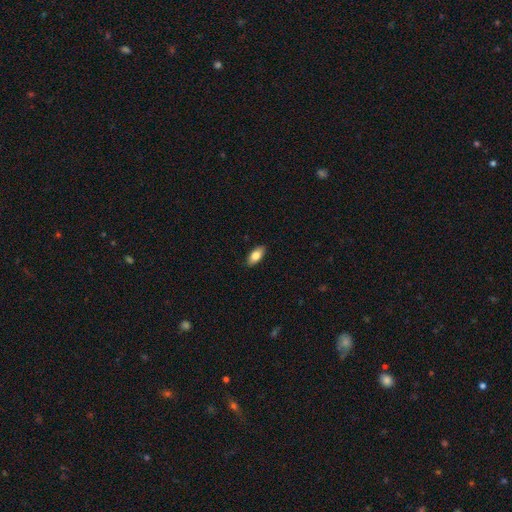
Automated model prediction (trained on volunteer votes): A smooth galaxy with no disk features (80%) that is in between round and cigar-shaped (89%).

Vote fractions:
- Smooth or featured? smooth: 80% / featured or disk: 14% / star or artifact: 6%
- How rounded? in between: 89% / cigar-shaped: 8% / round: 3%
- Merging? none: 89% / minor disturbance: 9% / major disturbance: 2% / merger: 1%